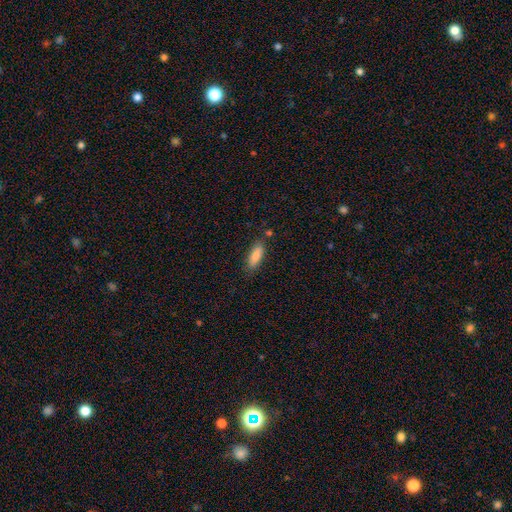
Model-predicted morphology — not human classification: Smooth or featured?
  - smooth: 86% *
  - featured or disk: 8%
  - star or artifact: 7%
How rounded?
  - in between: 57% *
  - cigar-shaped: 41%
  - round: 2%
Merging?
  - none: 80% *
  - minor disturbance: 13%
  - merger: 4%
  - major disturbance: 3%